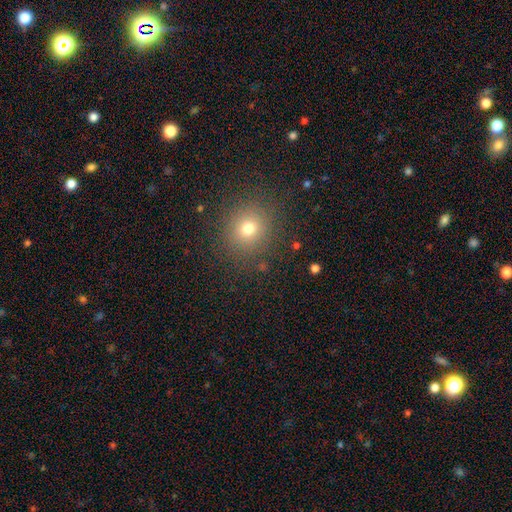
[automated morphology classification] Smooth or featured: smooth — 66% (star or artifact — 26%)
How rounded: round — 90% (in between — 8%)
Merging: none — 91% (minor disturbance — 5%)